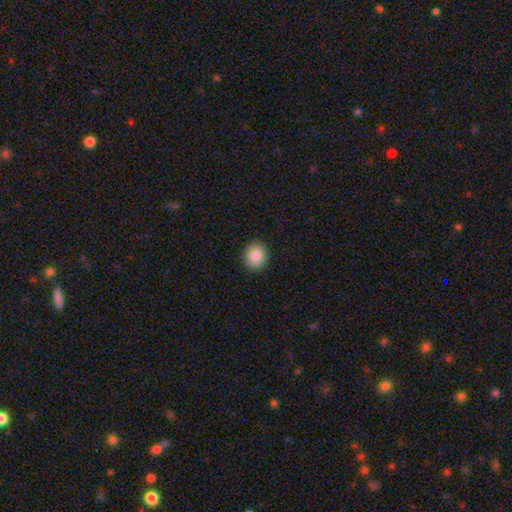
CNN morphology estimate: A smooth galaxy with no disk features (87%) that is round (69%). Merging: none (91%).